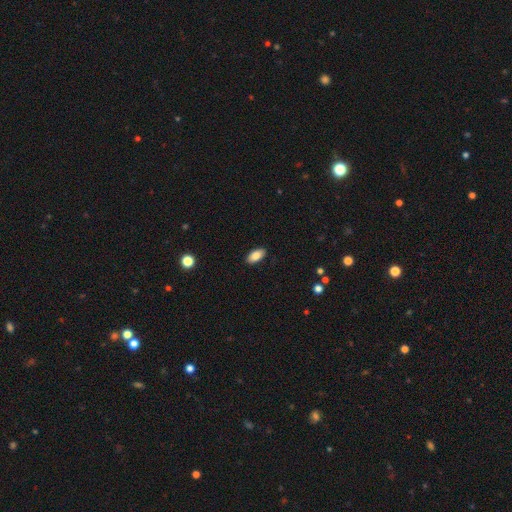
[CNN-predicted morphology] type=smooth (85%); roundness=in between (92%); merging=none (90%).